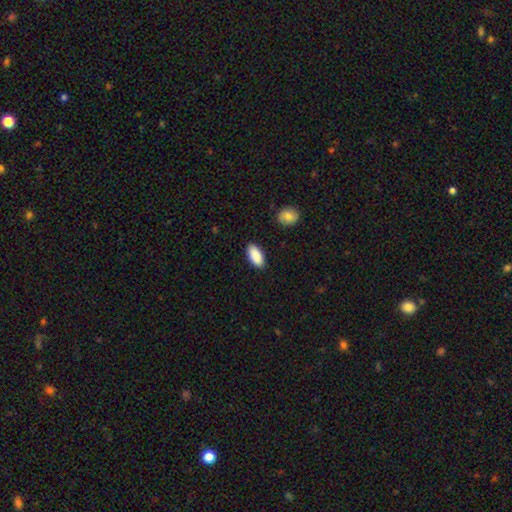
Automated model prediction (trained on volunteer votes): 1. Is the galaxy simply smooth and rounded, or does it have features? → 91% smooth, 6% star or artifact, 3% featured or disk.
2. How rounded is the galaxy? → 92% in between, 6% cigar-shaped, 2% round.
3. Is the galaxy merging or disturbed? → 88% none, 9% minor disturbance, 2% major disturbance, 1% merger.